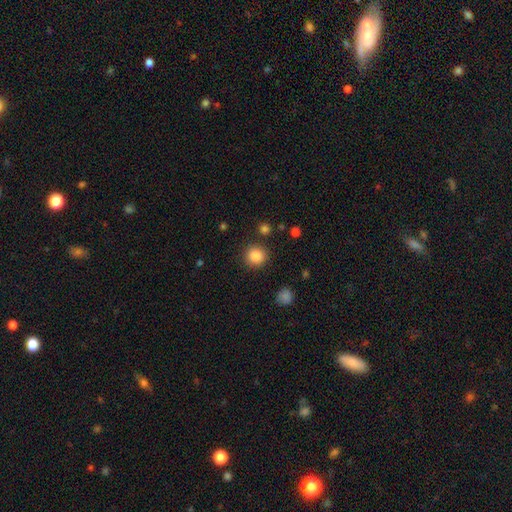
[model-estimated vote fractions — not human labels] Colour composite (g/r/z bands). It shows a smooth galaxy with no disk features (86%) that is round (90%). Merging: none (88%).